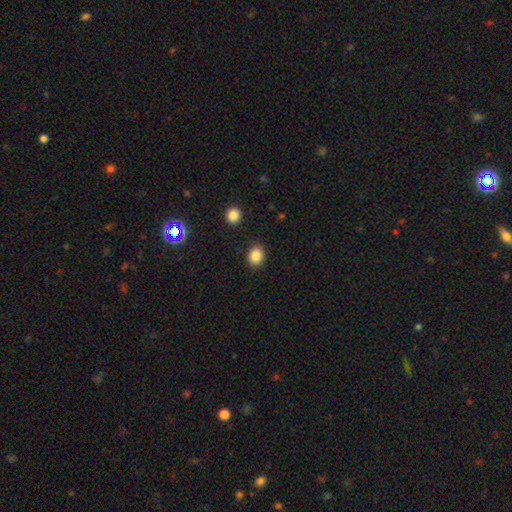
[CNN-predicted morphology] Smooth or featured? Predicted: smooth (p=0.85). How rounded? Predicted: round (p=0.59). Merging? Predicted: none (p=0.87).